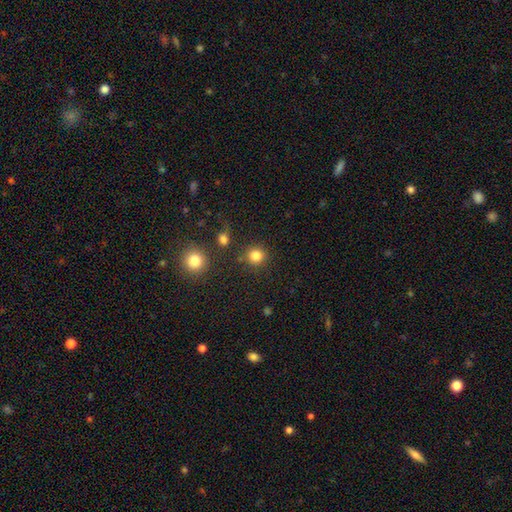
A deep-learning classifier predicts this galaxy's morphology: smooth 84%, star or artifact 12%, featured or disk 4%. Down the decision tree: how rounded — round (91%); merging — none (85%).